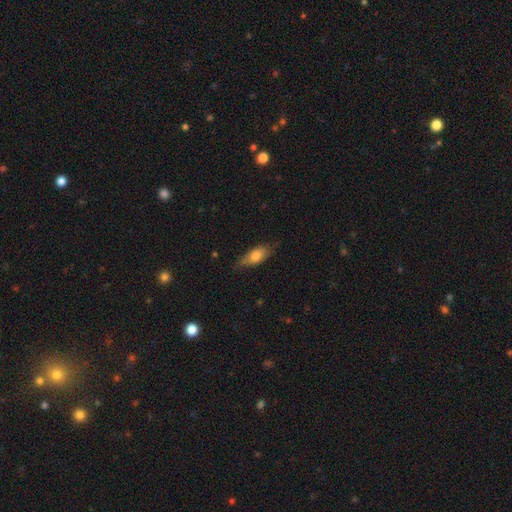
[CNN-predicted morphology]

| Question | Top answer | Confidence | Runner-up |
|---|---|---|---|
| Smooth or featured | smooth | 72% | featured or disk (21%) |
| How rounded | in between | 79% | cigar-shaped (17%) |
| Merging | none | 64% | minor disturbance (28%) |